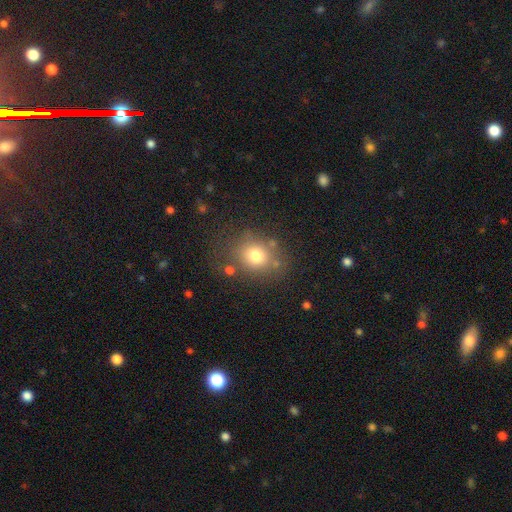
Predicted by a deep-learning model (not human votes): Smooth or featured? Predicted: smooth (p=0.74). How rounded? Predicted: round (p=0.69). Merging? Predicted: none (p=0.71).